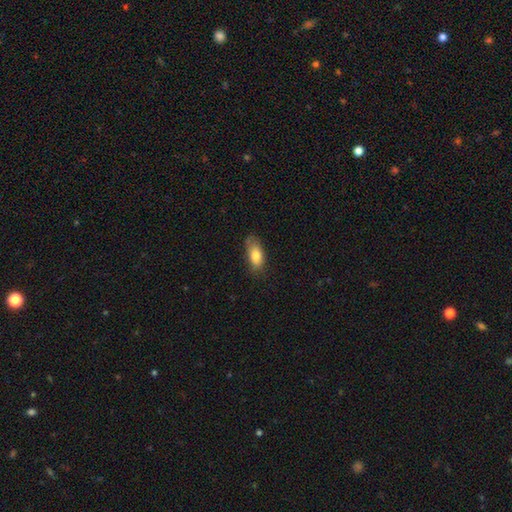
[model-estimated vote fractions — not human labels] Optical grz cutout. It shows a smooth galaxy with no disk features (80%) that is in between round and cigar-shaped (87%). Merging: none (63%).